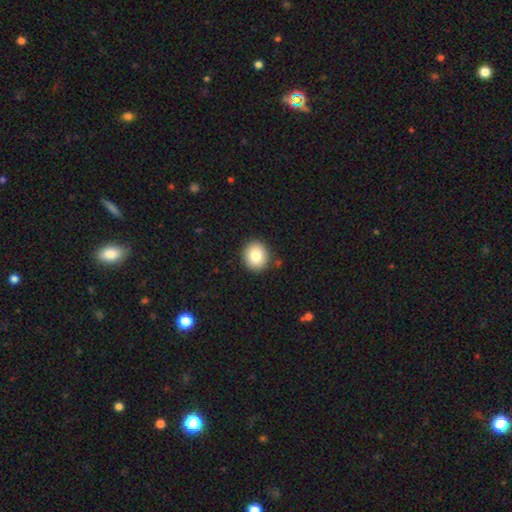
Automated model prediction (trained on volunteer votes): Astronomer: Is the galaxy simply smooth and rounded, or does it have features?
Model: smooth — 82%.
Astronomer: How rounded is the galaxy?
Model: round — 77%.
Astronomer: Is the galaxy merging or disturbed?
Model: none — 89%.